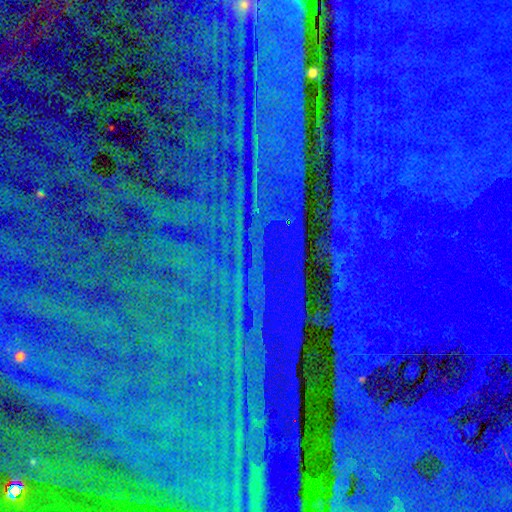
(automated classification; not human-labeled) star or artifact 87%, featured or disk 7%, smooth 6%.